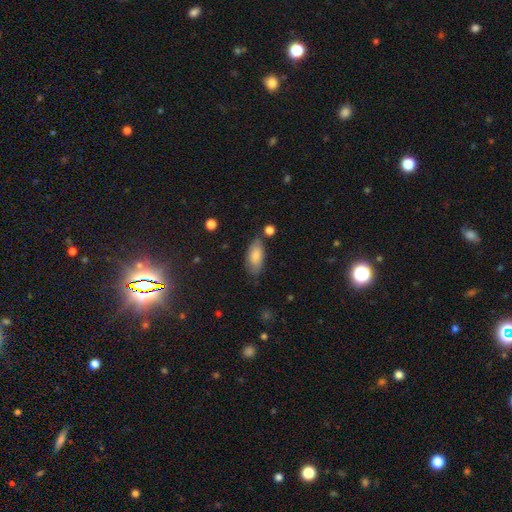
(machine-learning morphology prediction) smooth_or_featured: smooth (p=0.79) [alt: featured or disk p=0.14]
how_rounded: in between (p=0.88) [alt: cigar-shaped p=0.10]
merging: none (p=0.70) [alt: minor disturbance p=0.20]